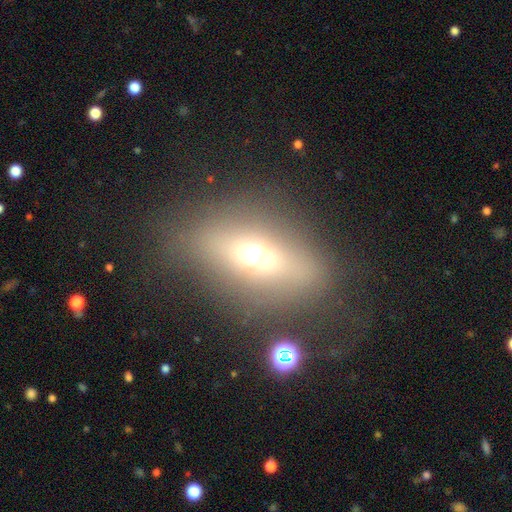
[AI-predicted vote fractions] smooth 55%, featured or disk 25%, star or artifact 19%. Down the decision tree: how rounded — in between (69%); merging — none (74%).